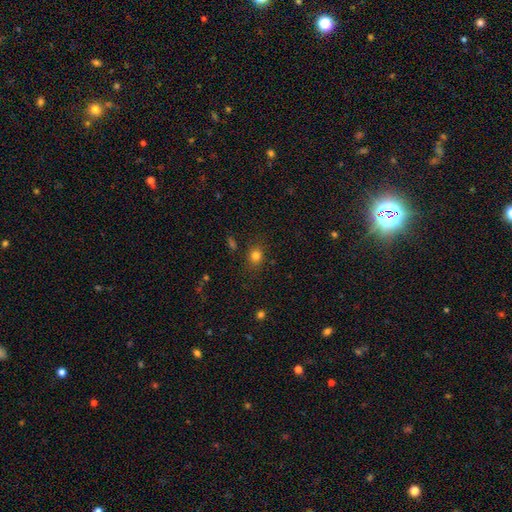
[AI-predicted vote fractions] A smooth galaxy with no disk features (79%) that is round (65%). Merging: none (83%).